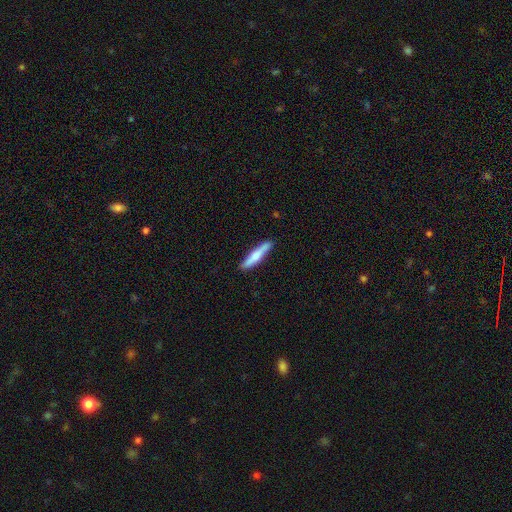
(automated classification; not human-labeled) Smooth or featured? smooth (56%)
How rounded? cigar-shaped (90%)
Merging? none (88%)